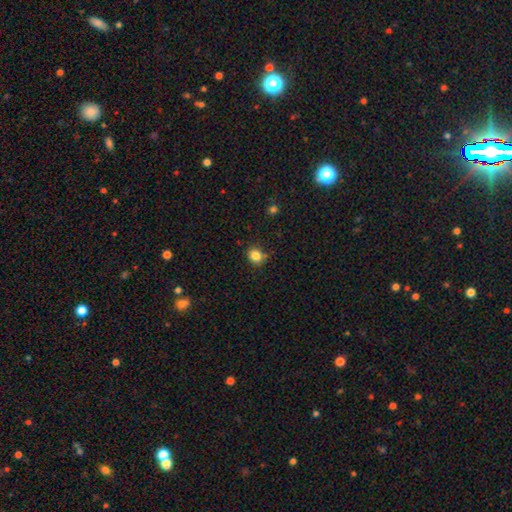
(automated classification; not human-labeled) Overall: smooth (83%). How rounded: round (77%). Merging: none (80%).